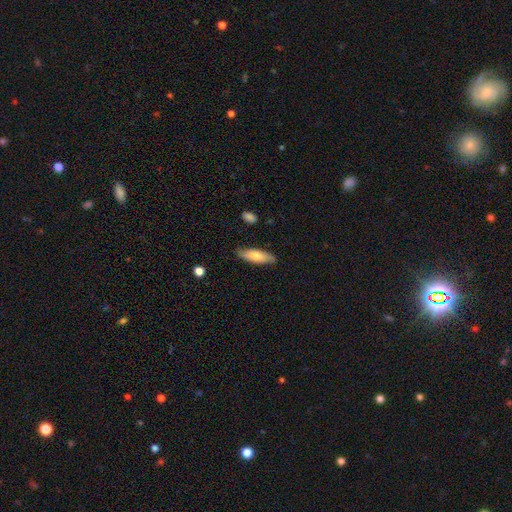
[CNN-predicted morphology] Smooth or featured? Predicted: smooth (p=0.73). How rounded? Predicted: in between (p=0.54). Merging? Predicted: none (p=0.83).